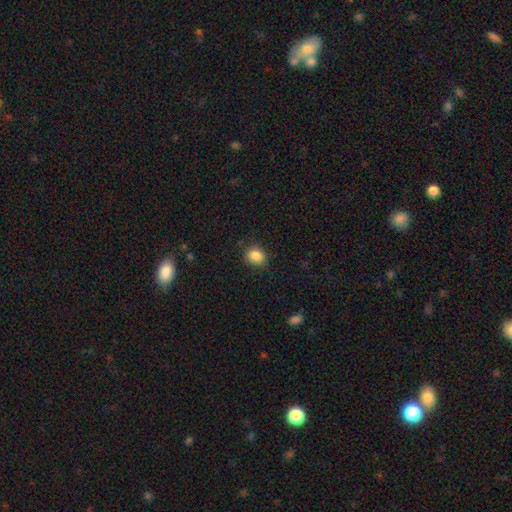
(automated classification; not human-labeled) Smooth or featured? Predicted: smooth (p=0.87). How rounded? Predicted: round (p=0.65). Merging? Predicted: none (p=0.85).